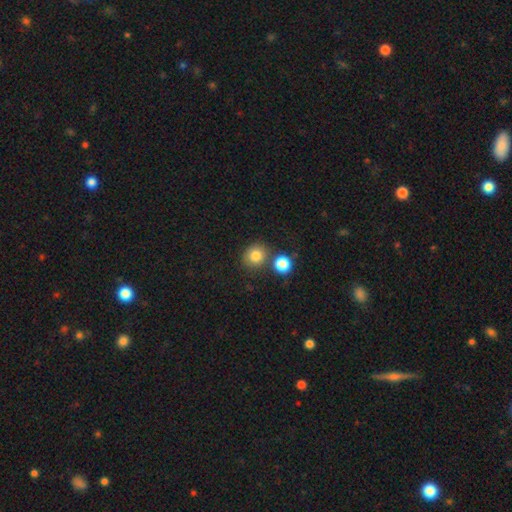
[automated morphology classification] Smooth or featured: smooth — 80% (star or artifact — 12%)
How rounded: round — 82% (in between — 17%)
Merging: none — 71% (merger — 16%)